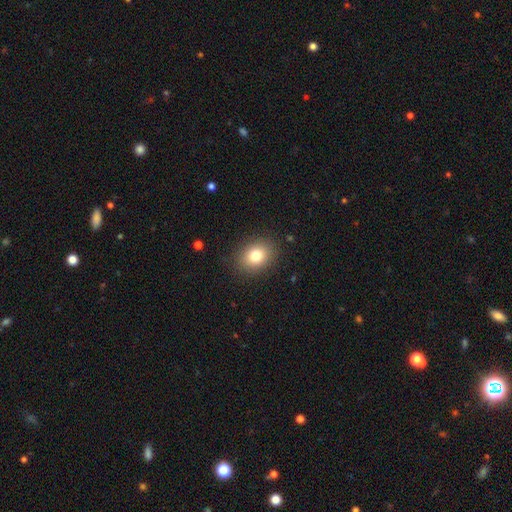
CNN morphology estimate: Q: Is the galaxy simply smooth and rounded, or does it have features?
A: smooth — 80%.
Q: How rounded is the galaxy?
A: in between — 55%.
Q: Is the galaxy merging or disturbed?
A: none — 87%.